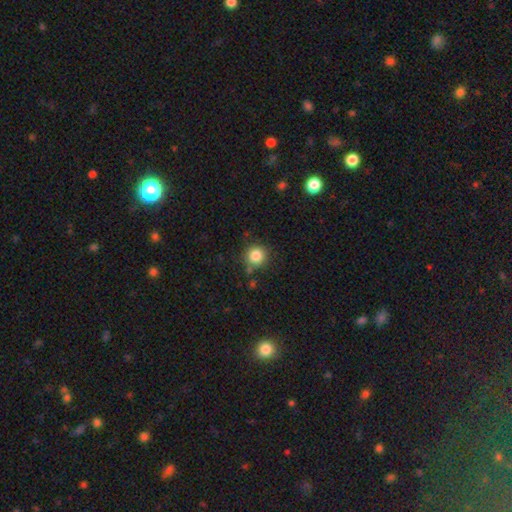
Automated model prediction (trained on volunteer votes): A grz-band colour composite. It shows a smooth galaxy with no disk features (84%) that is round (92%). Merging: none (82%).